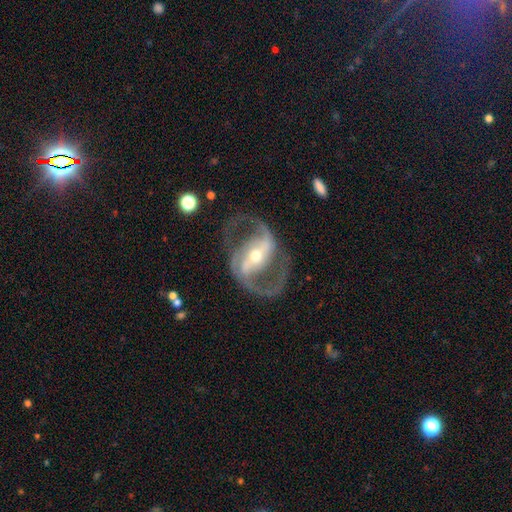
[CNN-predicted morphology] smooth-or-featured: featured or disk: 91% | star or artifact: 5% | smooth: 5%
  disk-edge-on: no: 97% | yes: 3%
    bar: strong: 58% | weak: 28% | no: 14%
    has-spiral-arms: yes: 94% | no: 6%
      spiral-winding: medium: 58% | loose: 29% | tight: 14%
      spiral-arm-count: 2: 92% | can't tell: 3% | 1: 2% | 3: 1% | 4: 1% | more than 4: 1%
    bulge-size: moderate: 52% | small: 42% | large: 4% | dominant: 1% | none: 1%
  merging: none: 76% | minor disturbance: 12% | major disturbance: 10% | merger: 2%